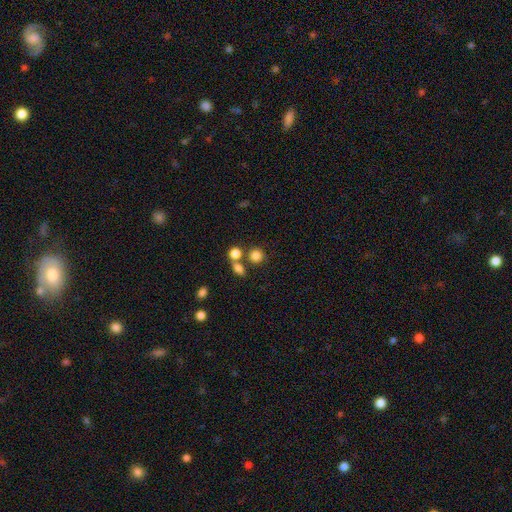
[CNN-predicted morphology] Smooth or featured: smooth — 80% (star or artifact — 13%)
How rounded: round — 88% (in between — 11%)
Merging: none — 65% (merger — 24%)